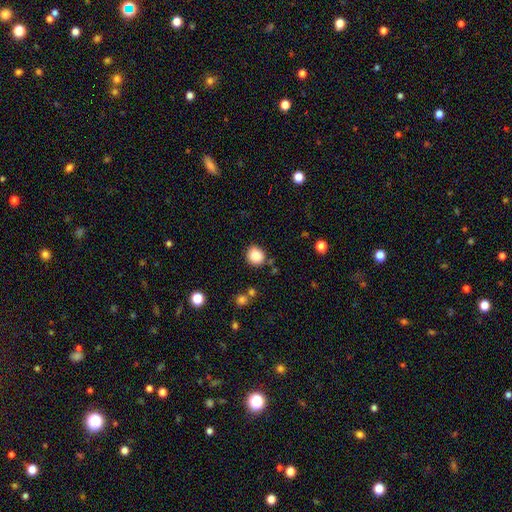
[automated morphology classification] Overall: smooth (87%). How rounded: round (82%). Merging: none (82%).